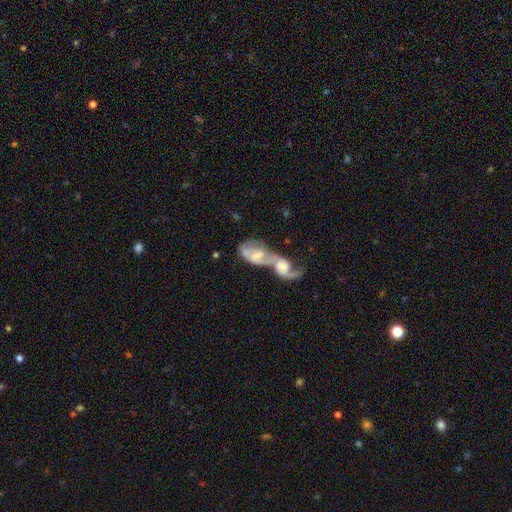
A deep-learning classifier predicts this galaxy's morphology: Q: Smooth or featured?
A: featured or disk (63%); runner-up: smooth (30%)
Q: Edge-on disk?
A: no (94%); runner-up: yes (6%)
Q: Bar?
A: no (49%); runner-up: weak (36%)
Q: Spiral arms?
A: yes (69%); runner-up: no (31%)
Q: Bulge size?
A: moderate (30%); runner-up: none (29%)
Q: Merging?
A: merger (80%); runner-up: major disturbance (9%)